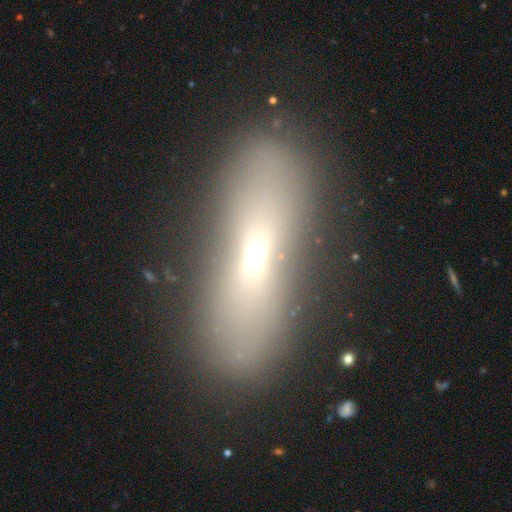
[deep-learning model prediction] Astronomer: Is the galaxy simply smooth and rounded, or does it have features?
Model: smooth — 50% (runner-up: featured or disk, 33%).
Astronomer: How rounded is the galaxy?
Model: in between — 47% (runner-up: cigar-shaped, 46%).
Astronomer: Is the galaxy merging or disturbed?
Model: none — 68%.